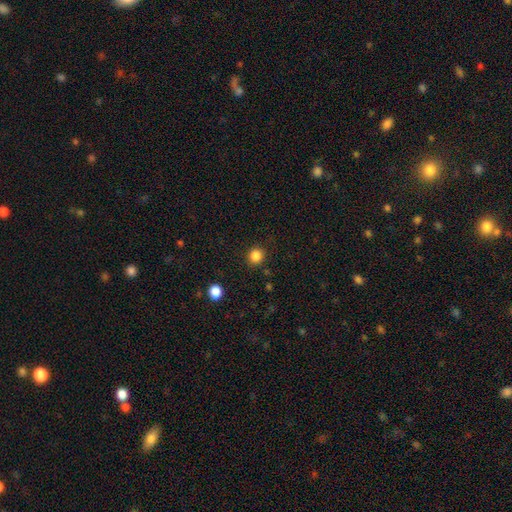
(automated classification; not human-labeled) Overall: smooth (85%). How rounded: round (89%). Merging: none (90%).